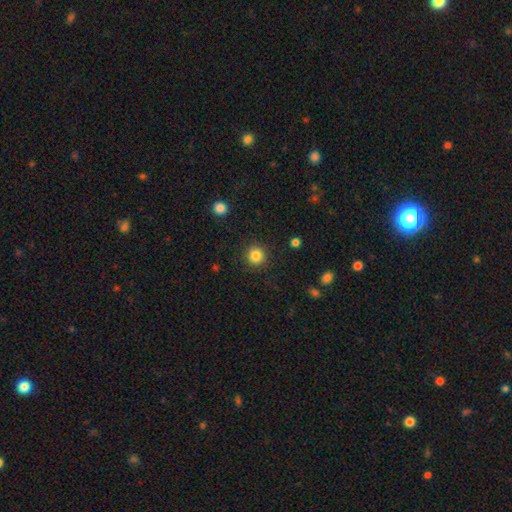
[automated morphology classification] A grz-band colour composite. It shows a smooth galaxy with no disk features (85%) that is round (94%). Merging: none (91%).